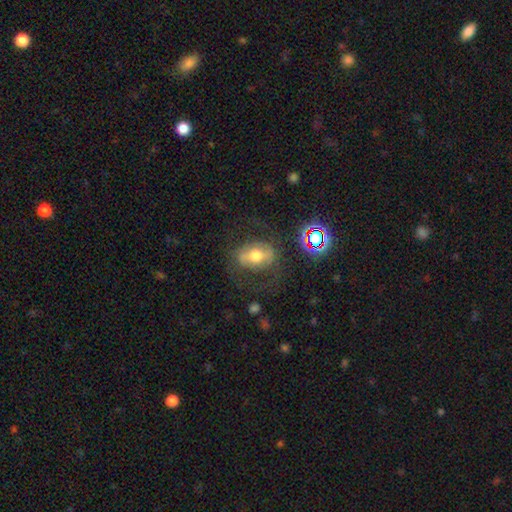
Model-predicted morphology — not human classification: This is possibly a featured or disk galaxy (48%). Merging: likely none (66%).